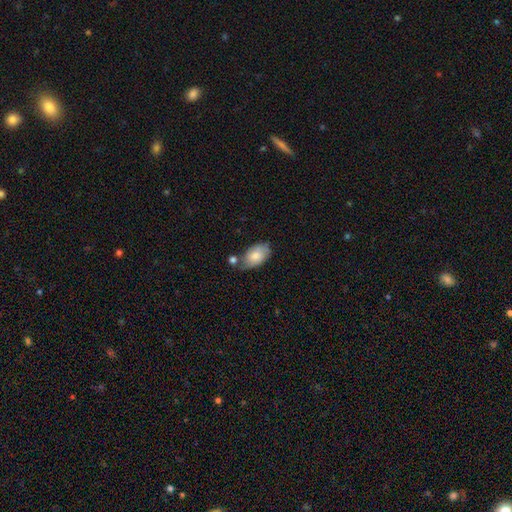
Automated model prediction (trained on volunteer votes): The model was most divided on "merging": none: 49%, minor disturbance: 27%, merger: 16%, major disturbance: 8%. More confident: how rounded — in between (92%); smooth or featured — smooth (75%).